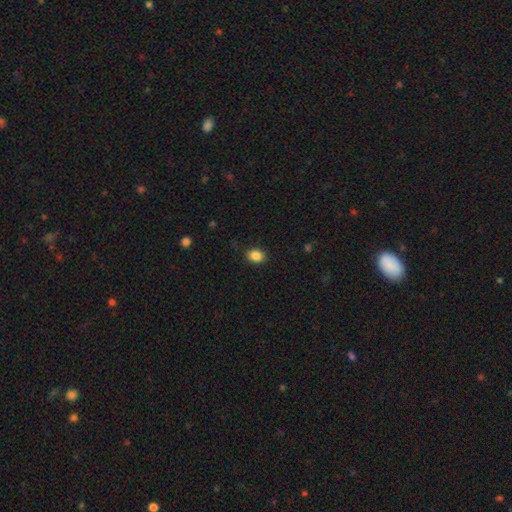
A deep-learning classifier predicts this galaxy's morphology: The model was most divided on "how rounded": in between: 58%, round: 41%, cigar-shaped: 1%. More confident: merging — none (88%); smooth or featured — smooth (86%).